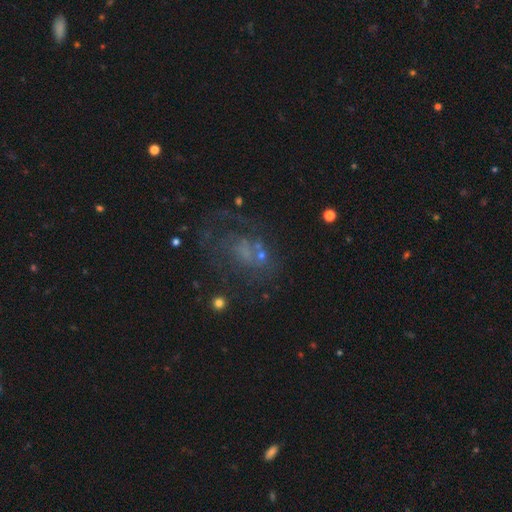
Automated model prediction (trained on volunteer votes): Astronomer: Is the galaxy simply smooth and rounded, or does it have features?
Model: featured or disk — 52%.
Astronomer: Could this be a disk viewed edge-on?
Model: no — 97%.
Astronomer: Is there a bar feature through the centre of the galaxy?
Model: no — 81%.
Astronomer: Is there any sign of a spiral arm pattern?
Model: no — 65%.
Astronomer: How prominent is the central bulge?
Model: none — 54%.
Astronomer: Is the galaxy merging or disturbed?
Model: none — 40% (runner-up: major disturbance, 35%).